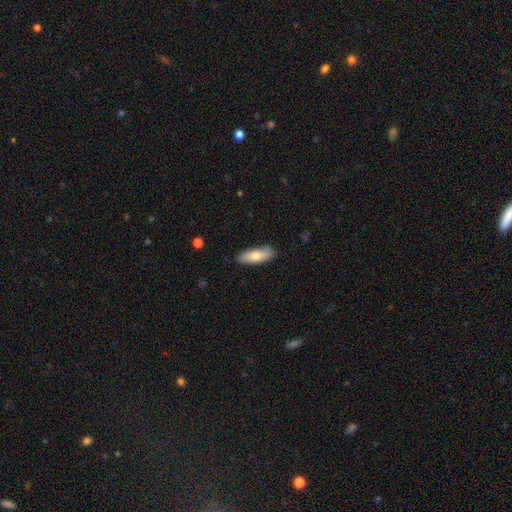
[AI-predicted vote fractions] Overall: smooth (76%). How rounded: in between (65%; cigar-shaped 33%). Merging: none (83%).